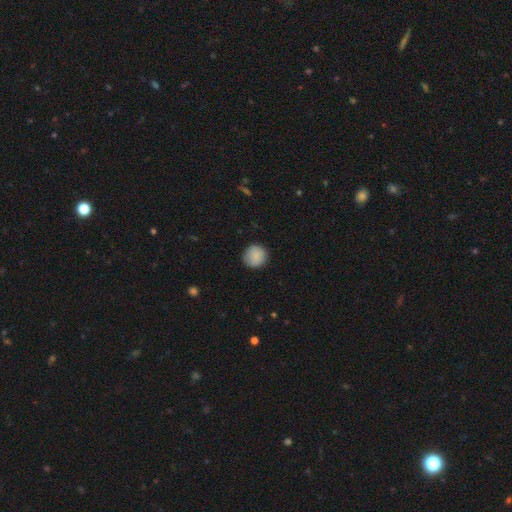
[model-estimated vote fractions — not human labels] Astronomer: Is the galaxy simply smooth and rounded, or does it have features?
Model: smooth — 86%.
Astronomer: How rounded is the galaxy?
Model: round — 93%.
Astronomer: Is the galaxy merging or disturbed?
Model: none — 87%.